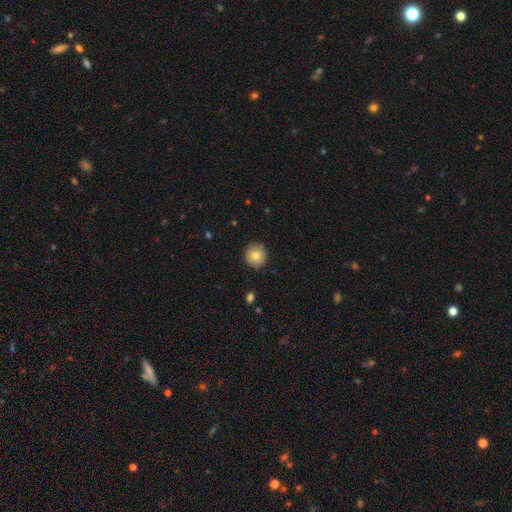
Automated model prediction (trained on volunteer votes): This is likely a smooth galaxy (79%). How rounded: clearly round (90%). Merging: clearly none (89%).